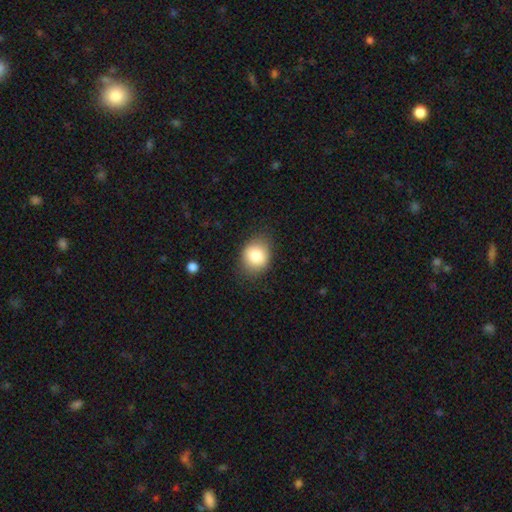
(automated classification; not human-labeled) smooth 84%, star or artifact 9%, featured or disk 8%. Down the decision tree: how rounded — round (58%); merging — none (80%).